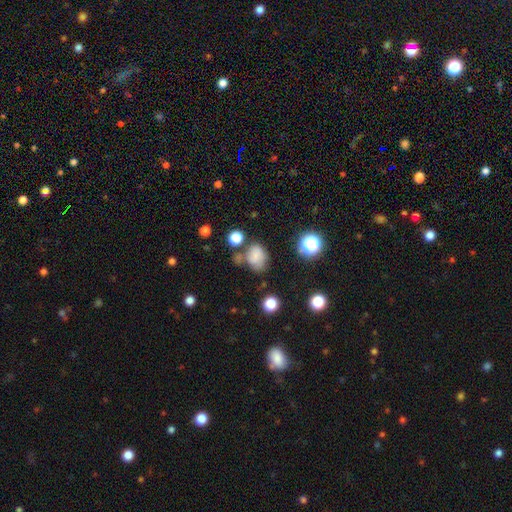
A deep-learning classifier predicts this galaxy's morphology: A smooth galaxy with no disk features (73%) that is in between round and cigar-shaped (63%).

Vote fractions:
- Smooth or featured? smooth: 73% / star or artifact: 15% / featured or disk: 11%
- How rounded? in between: 63% / round: 36% / cigar-shaped: 1%
- Merging? none: 45% / minor disturbance: 25% / merger: 16% / major disturbance: 13%